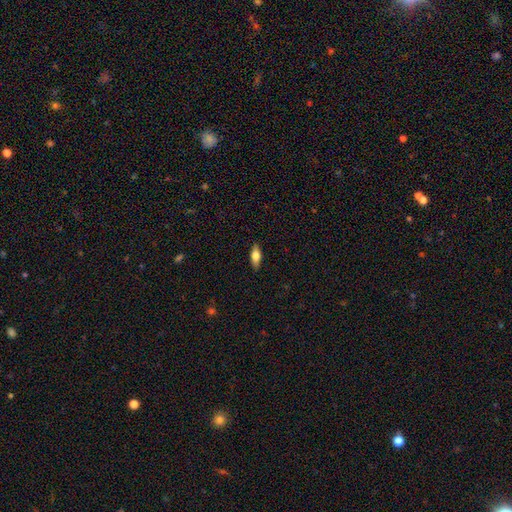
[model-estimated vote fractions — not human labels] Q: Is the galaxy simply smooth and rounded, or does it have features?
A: smooth — 71%.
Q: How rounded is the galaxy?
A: in between — 73%.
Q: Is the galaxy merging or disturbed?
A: none — 88%.